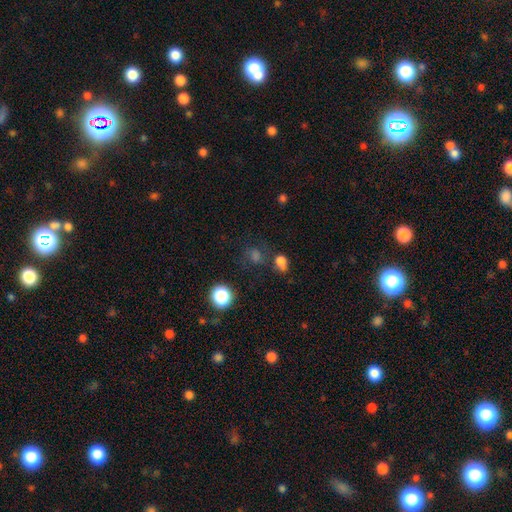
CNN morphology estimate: Smooth or featured?
  - smooth: 47% *
  - star or artifact: 40%
  - featured or disk: 13%
Merging?
  - none: 66% *
  - minor disturbance: 13%
  - merger: 12%
  - major disturbance: 9%